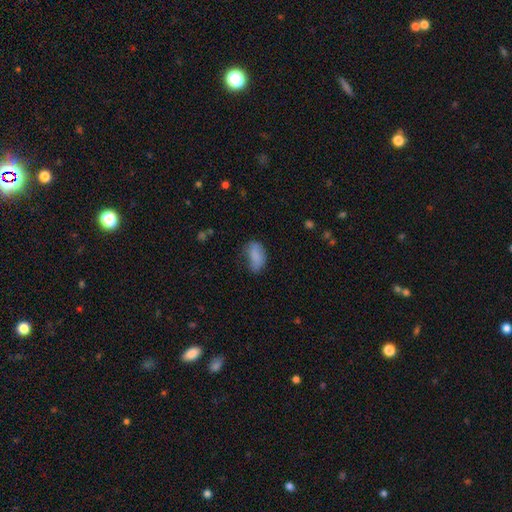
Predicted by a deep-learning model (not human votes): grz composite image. It shows a smooth galaxy with no disk features (80%) that is in between round and cigar-shaped (91%). Merging: none (51%).